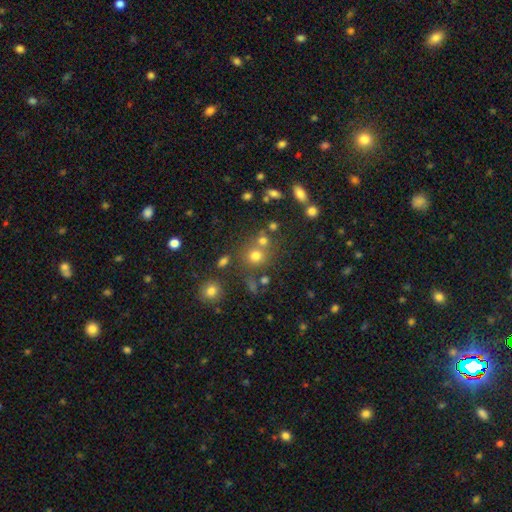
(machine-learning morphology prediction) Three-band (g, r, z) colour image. It shows a smooth galaxy with no disk features (70%) that is round (85%). Merging: none (61%).